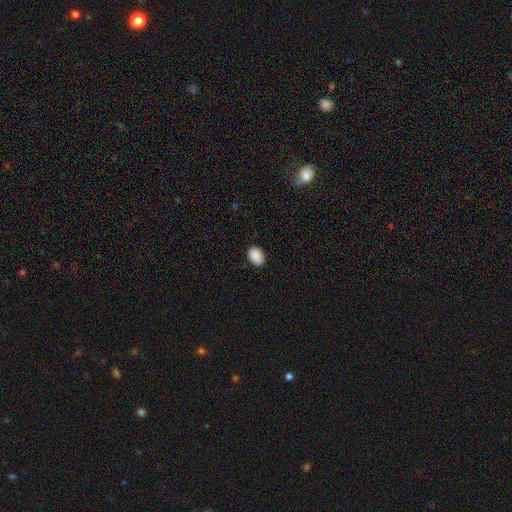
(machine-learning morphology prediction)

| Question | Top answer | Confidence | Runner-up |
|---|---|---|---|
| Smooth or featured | smooth | 90% | star or artifact (7%) |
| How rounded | in between | 79% | round (20%) |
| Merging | none | 87% | minor disturbance (10%) |